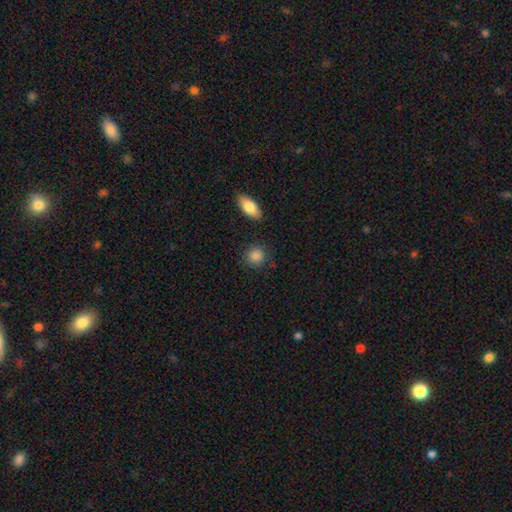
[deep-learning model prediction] Smooth or featured? Predicted: smooth (p=0.88). How rounded? Predicted: round (p=0.82). Merging? Predicted: none (p=0.84).